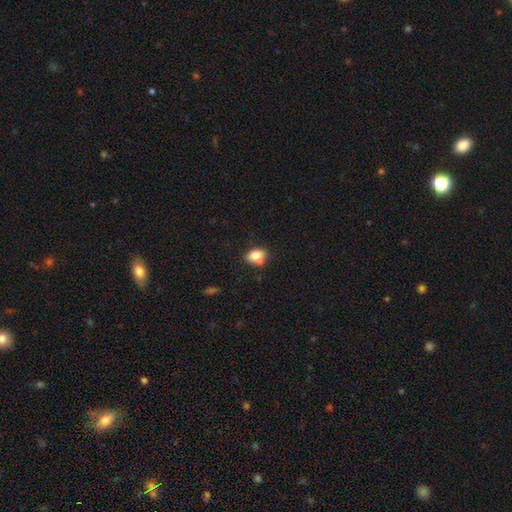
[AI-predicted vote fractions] Smooth or featured?
  - smooth: 81% *
  - star or artifact: 9%
  - featured or disk: 9%
How rounded?
  - in between: 65% *
  - round: 34%
  - cigar-shaped: 1%
Merging?
  - none: 67% *
  - minor disturbance: 24%
  - merger: 5%
  - major disturbance: 4%